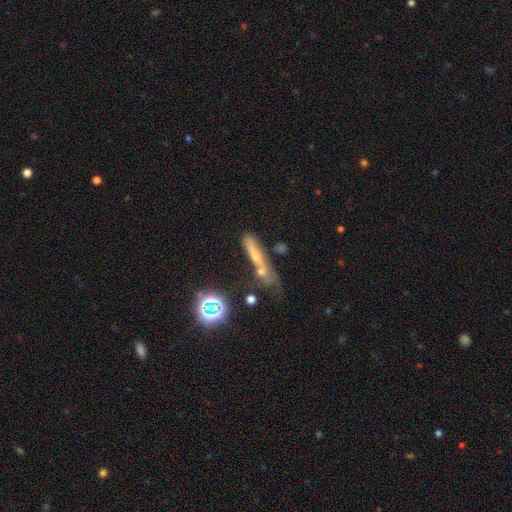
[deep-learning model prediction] smooth-or-featured: smooth: 40% | featured or disk: 34% | star or artifact: 26%
  merging: none: 45% | merger: 23% | minor disturbance: 19% | major disturbance: 13%